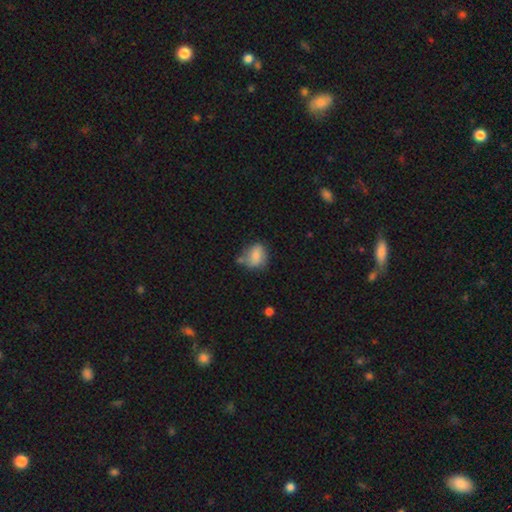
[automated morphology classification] This appears to be a smooth galaxy with no disk features (72%) that is in between round and cigar-shaped (52%). Merging: none (53%).